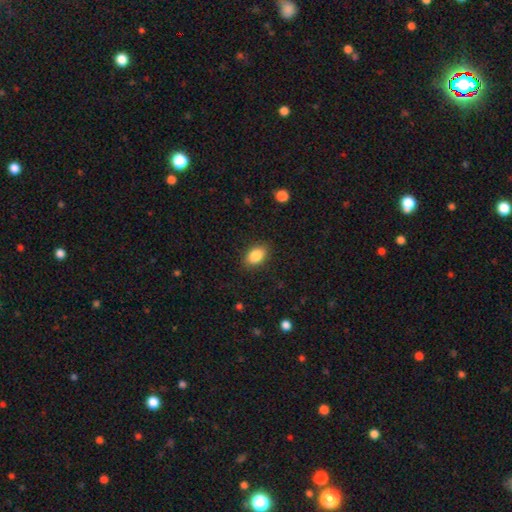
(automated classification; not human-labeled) Smooth or featured? smooth (86%)
How rounded? in between (87%)
Merging? none (87%)